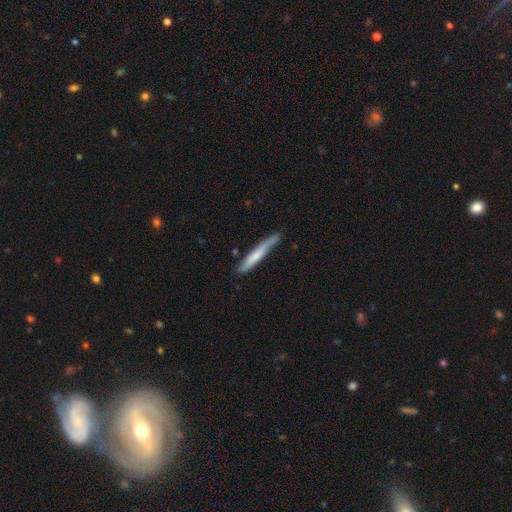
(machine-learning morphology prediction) This appears to be a smooth galaxy with no disk features (61%) that is cigar-shaped (95%). Merging: none (70%).